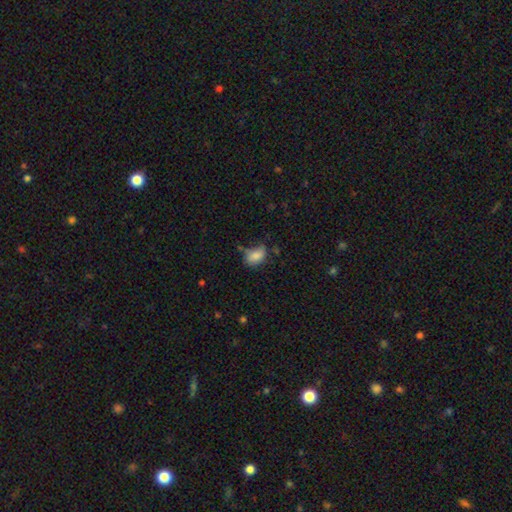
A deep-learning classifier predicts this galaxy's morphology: Q: Smooth or featured?
A: smooth (83%); runner-up: star or artifact (9%)
Q: How rounded?
A: in between (82%); runner-up: round (16%)
Q: Merging?
A: none (48%); runner-up: minor disturbance (34%)